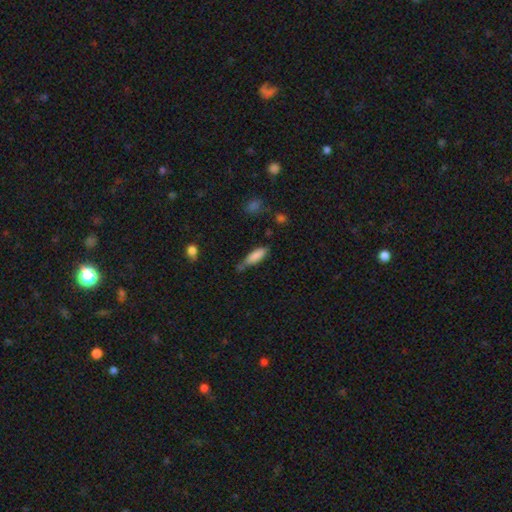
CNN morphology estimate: Q: Smooth or featured?
A: smooth (83%); runner-up: featured or disk (10%)
Q: How rounded?
A: cigar-shaped (53%); runner-up: in between (45%)
Q: Merging?
A: none (53%); runner-up: minor disturbance (32%)